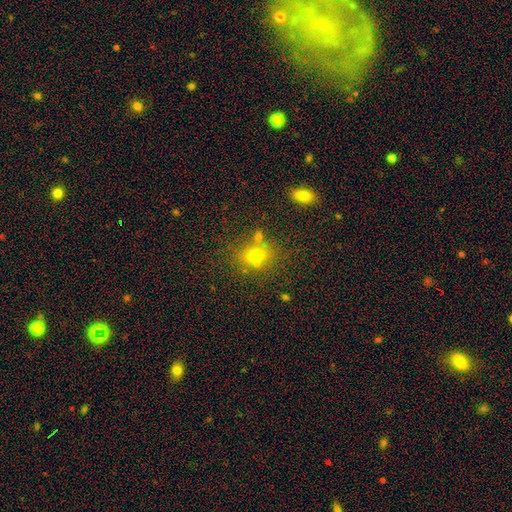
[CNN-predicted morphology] Overall: smooth (68%). How rounded: round (56%; in between 43%). Merging: none (65%).